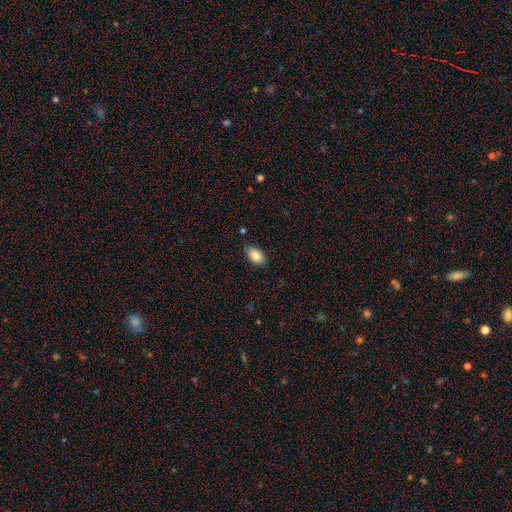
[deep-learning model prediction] smooth-or-featured: smooth: 86% | star or artifact: 7% | featured or disk: 6%
  how-rounded: in between: 91% | round: 7% | cigar-shaped: 2%
  merging: none: 81% | minor disturbance: 15% | major disturbance: 3% | merger: 1%